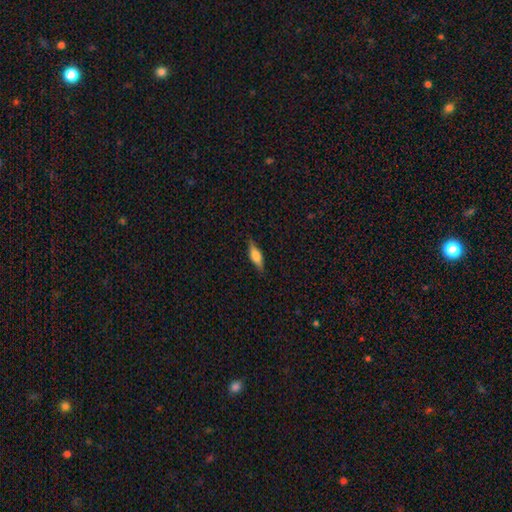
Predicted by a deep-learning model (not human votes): A smooth galaxy with no disk features (63%) that is in between round and cigar-shaped (54%). Merging: none (83%).